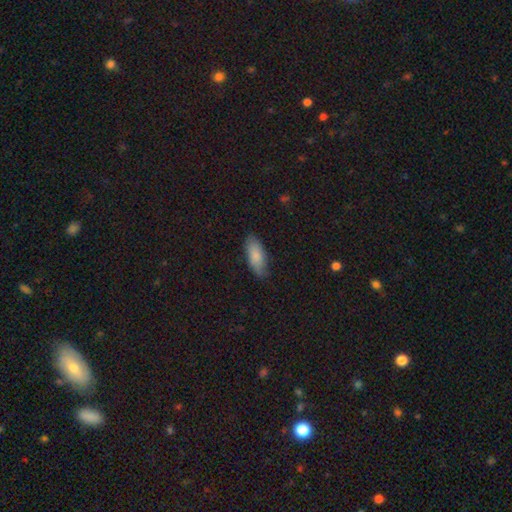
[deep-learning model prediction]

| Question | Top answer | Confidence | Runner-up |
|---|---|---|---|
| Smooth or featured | smooth | 84% | featured or disk (10%) |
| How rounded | in between | 79% | cigar-shaped (19%) |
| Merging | none | 79% | minor disturbance (17%) |